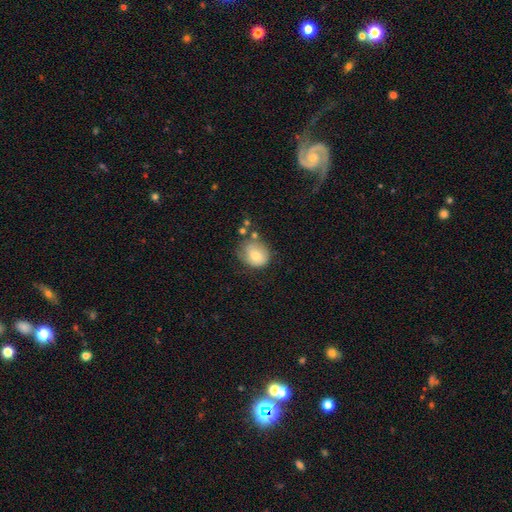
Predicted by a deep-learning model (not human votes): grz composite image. It shows a smooth galaxy with no disk features (73%) that is round (57%). Merging: none (50%).